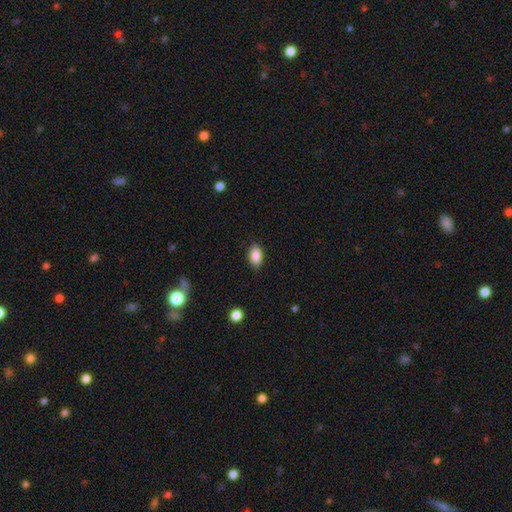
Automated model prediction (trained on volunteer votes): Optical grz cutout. It shows a smooth galaxy with no disk features (88%) that is in between round and cigar-shaped (90%). Merging: none (85%).